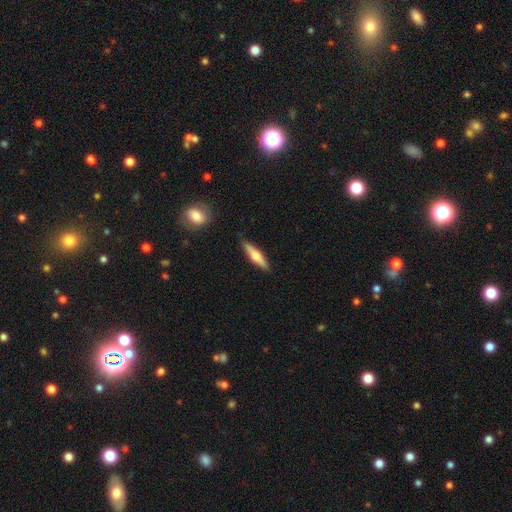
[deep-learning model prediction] This is possibly a featured or disk galaxy (50%). Merging: clearly none (86%).